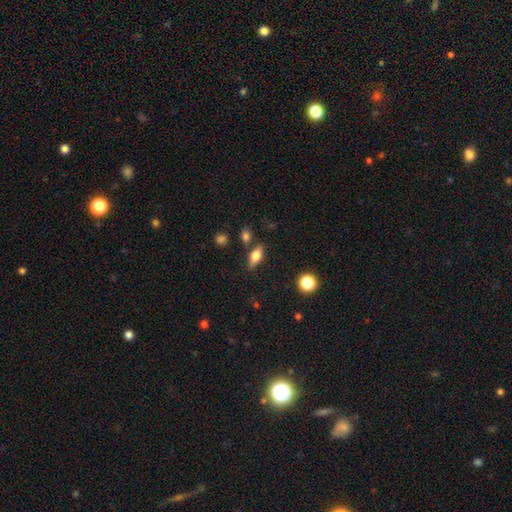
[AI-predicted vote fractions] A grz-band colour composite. It shows a smooth galaxy with no disk features (59%) that is in between round and cigar-shaped (75%). Merging: none (78%).